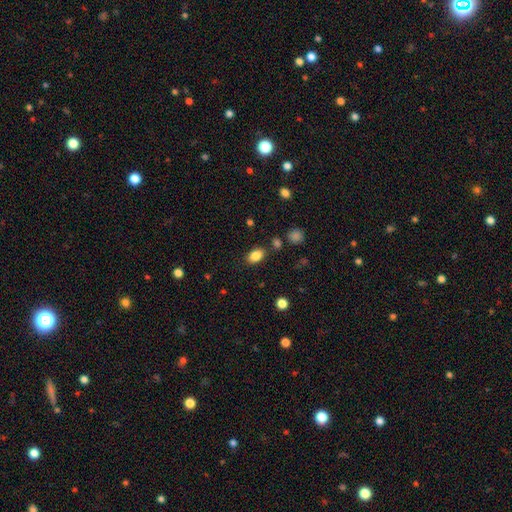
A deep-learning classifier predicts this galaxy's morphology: smooth 85%, star or artifact 9%, featured or disk 6%. Down the decision tree: how rounded — in between (87%); merging — none (82%).